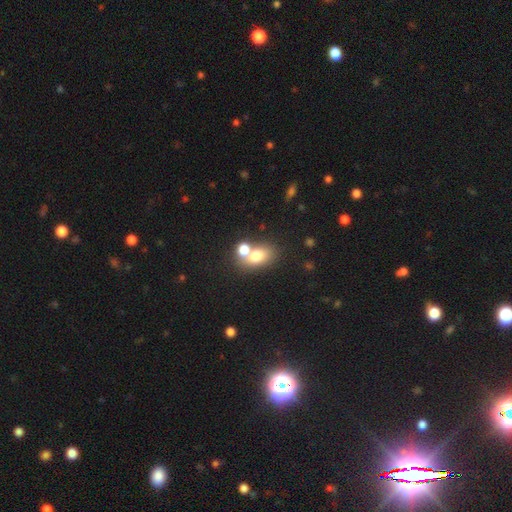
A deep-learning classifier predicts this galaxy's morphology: A smooth galaxy with no disk features (73%) that is in between round and cigar-shaped (68%). Merging: merger (47%).